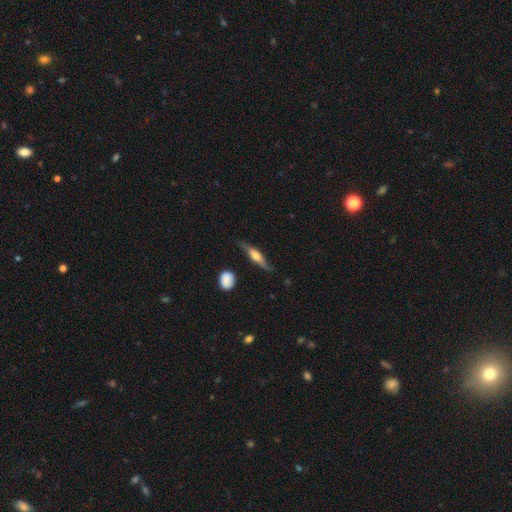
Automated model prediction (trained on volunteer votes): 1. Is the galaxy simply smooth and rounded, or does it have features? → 60% featured or disk, 34% smooth, 6% star or artifact.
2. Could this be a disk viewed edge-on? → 89% yes, 11% no.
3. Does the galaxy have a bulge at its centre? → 79% rounded, 16% boxy, 5% none.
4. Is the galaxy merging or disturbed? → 73% none, 19% minor disturbance, 6% major disturbance, 2% merger.